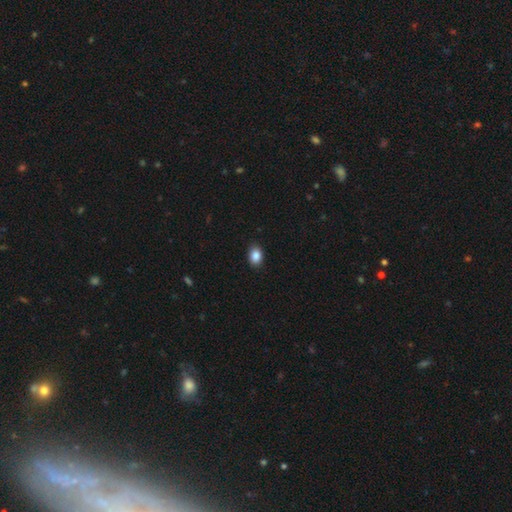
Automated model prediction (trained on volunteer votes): Morphology: type=smooth (87%); roundness=in between (73%); merging=none (86%).